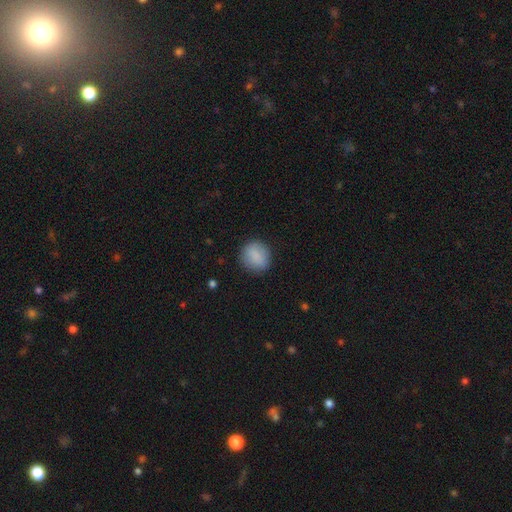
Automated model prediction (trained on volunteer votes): Smooth or featured? Predicted: smooth (p=0.86). How rounded? Predicted: round (p=0.81). Merging? Predicted: none (p=0.85).